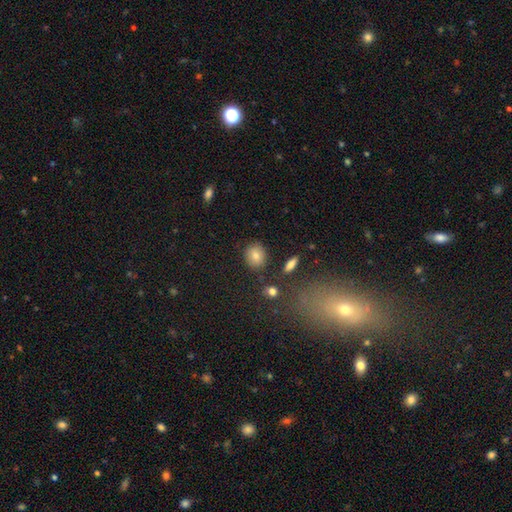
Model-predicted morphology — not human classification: Smooth or featured: smooth — 80% (star or artifact — 10%)
How rounded: round — 73% (in between — 25%)
Merging: none — 85% (minor disturbance — 9%)